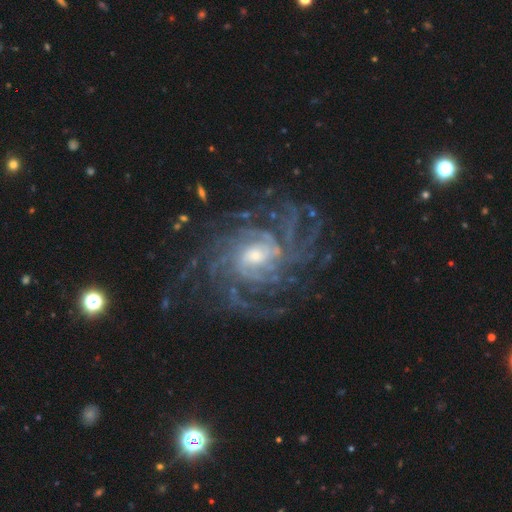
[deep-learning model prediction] A featured or disk galaxy (90%) with no bar (56%), more than 4 (30%) tight (59%) spiral arms (98%) and a small central bulge (54%).

Vote fractions:
- Smooth or featured? featured or disk: 90% / star or artifact: 6% / smooth: 4%
- Edge-on disk? no: 97% / yes: 3%
- Bar? no: 56% / weak: 32% / strong: 11%
- Spiral arms? yes: 98% / no: 2%
- Spiral winding? tight: 59% / medium: 31% / loose: 10%
- Spiral arm count? more than 4: 30% / 4: 22% / can't tell: 20% / 3: 11% / 2: 9% / 1: 8%
- Bulge size? small: 54% / moderate: 36% / large: 7% / none: 2% / dominant: 1%
- Merging? none: 71% / major disturbance: 13% / minor disturbance: 13% / merger: 2%